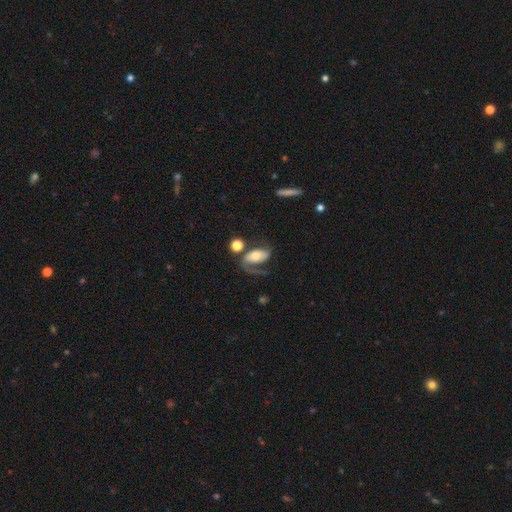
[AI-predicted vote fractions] The model was most divided on "merging": none: 38%, major disturbance: 32%, minor disturbance: 17%, merger: 13%. More confident: edge-on disk — no (94%); spiral arms — yes (80%); bulge size — moderate (61%); smooth or featured — featured or disk (59%); bar — no (55%).